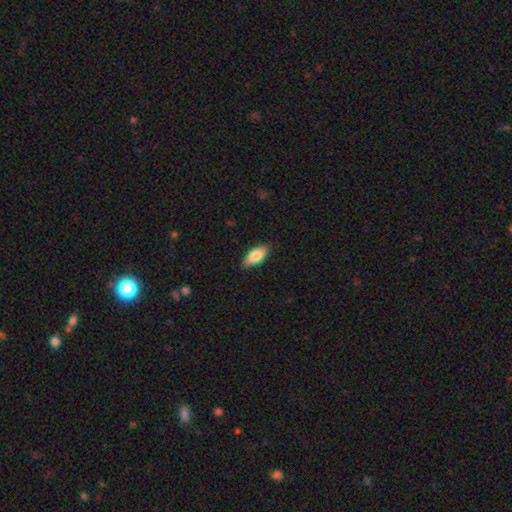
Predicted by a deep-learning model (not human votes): A smooth galaxy with no disk features (81%) that is in between round and cigar-shaped (86%). Merging: none (84%).